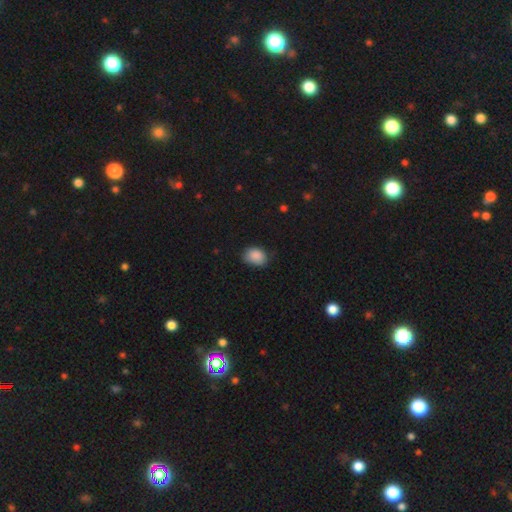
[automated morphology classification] Smooth or featured? Predicted: smooth (p=0.88). How rounded? Predicted: in between (p=0.69). Merging? Predicted: none (p=0.68).